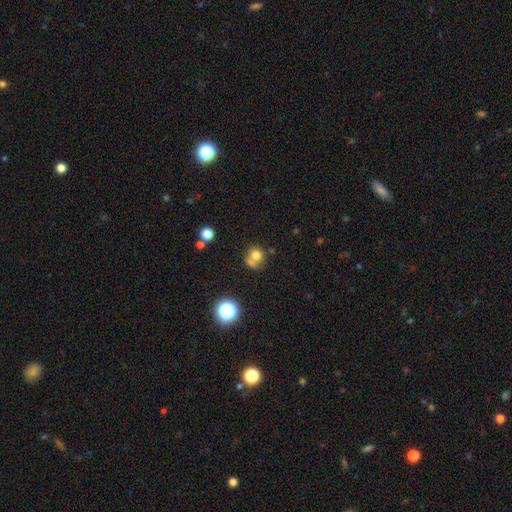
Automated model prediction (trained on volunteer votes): A smooth galaxy with no disk features (72%) that is round (79%). Merging: none (44%).